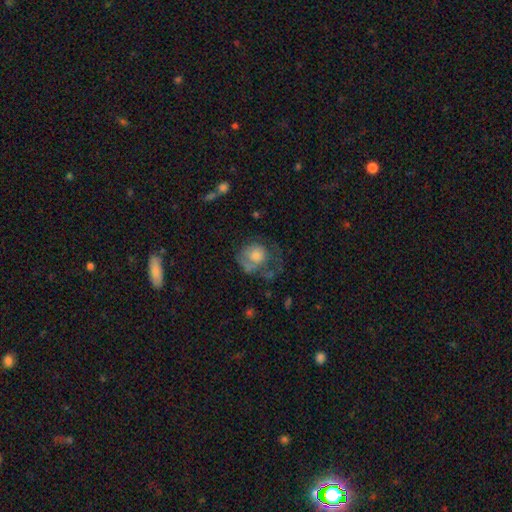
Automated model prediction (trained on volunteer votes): Q: Smooth or featured?
A: smooth (53%); runner-up: featured or disk (38%)
Q: How rounded?
A: round (74%); runner-up: in between (25%)
Q: Merging?
A: major disturbance (37%); runner-up: none (36%)